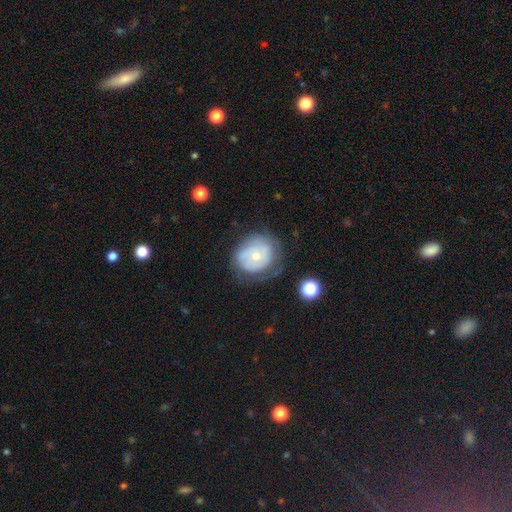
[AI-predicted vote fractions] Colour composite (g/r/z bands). It shows a featured or disk galaxy (47%). Merging: none (57%).